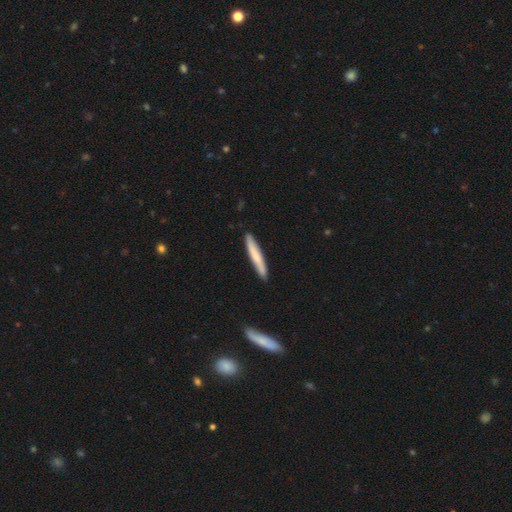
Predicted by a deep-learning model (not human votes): A smooth galaxy with no disk features (65%) that is cigar-shaped (94%). Merging: none (87%).